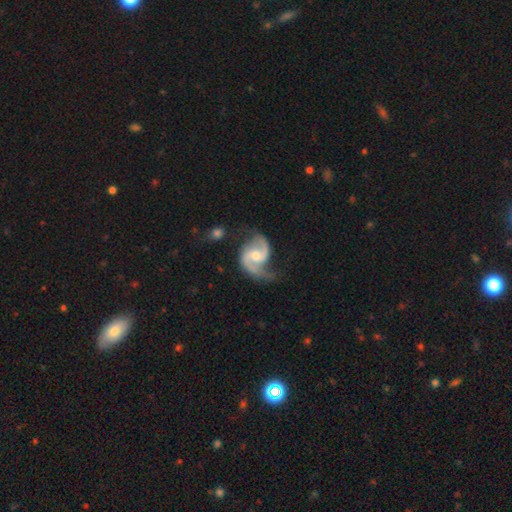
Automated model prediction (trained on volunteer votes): Smooth or featured?
  - featured or disk: 91% *
  - smooth: 5%
  - star or artifact: 4%
Edge-on disk?
  - no: 98% *
  - yes: 2%
Bar?
  - weak: 45% * (tied)
  - no: 45% * (tied)
  - strong: 11%
Spiral arms?
  - yes: 98% *
  - no: 2%
Spiral winding?
  - medium: 54% *
  - loose: 32%
  - tight: 14%
Spiral arm count?
  - 2: 92% *
  - 1: 3%
  - can't tell: 2%
  - 3: 1%
  - 4: 1%
  - more than 4: 1%
Bulge size?
  - moderate: 60% *
  - small: 32%
  - large: 4%
  - none: 3%
  - dominant: 1%
Merging?
  - none: 60% *
  - minor disturbance: 25%
  - major disturbance: 12%
  - merger: 3%